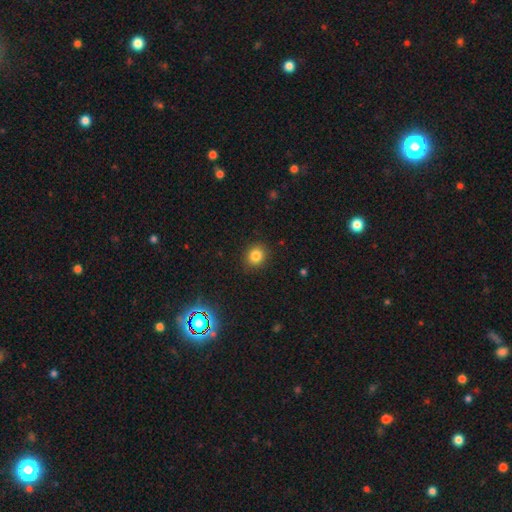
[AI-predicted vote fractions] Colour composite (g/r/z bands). It shows a smooth galaxy with no disk features (82%) that is round (79%). Merging: none (90%).